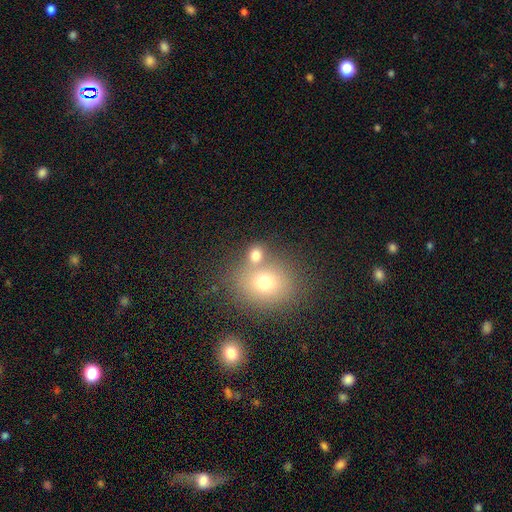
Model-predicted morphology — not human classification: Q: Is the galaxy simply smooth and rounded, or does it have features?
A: smooth — 73%.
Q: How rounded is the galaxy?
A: round — 65%.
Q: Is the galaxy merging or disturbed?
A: none — 53%.